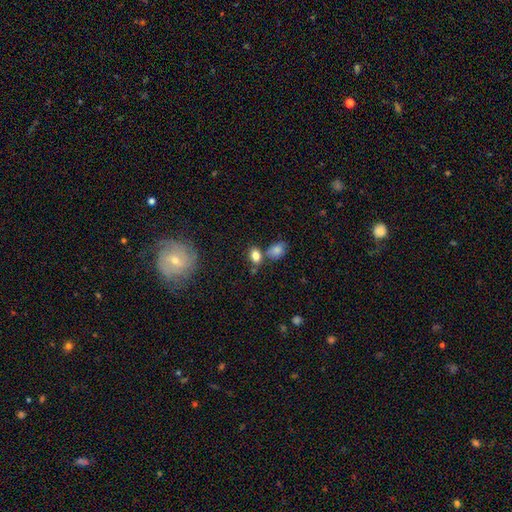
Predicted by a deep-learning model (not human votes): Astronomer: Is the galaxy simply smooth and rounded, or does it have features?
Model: smooth — 82%.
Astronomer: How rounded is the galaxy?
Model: in between — 75%.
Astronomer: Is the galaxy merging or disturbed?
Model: none — 58%.